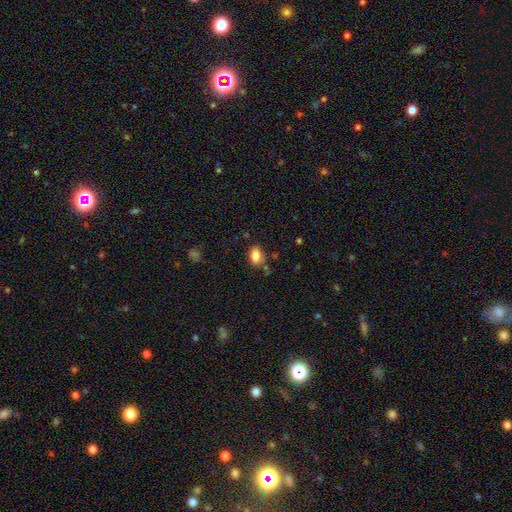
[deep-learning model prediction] A smooth galaxy with no disk features (84%) that is in between round and cigar-shaped (84%).

Vote fractions:
- Smooth or featured? smooth: 84% / star or artifact: 9% / featured or disk: 7%
- How rounded? in between: 84% / round: 14% / cigar-shaped: 2%
- Merging? none: 74% / minor disturbance: 17% / merger: 6% / major disturbance: 4%